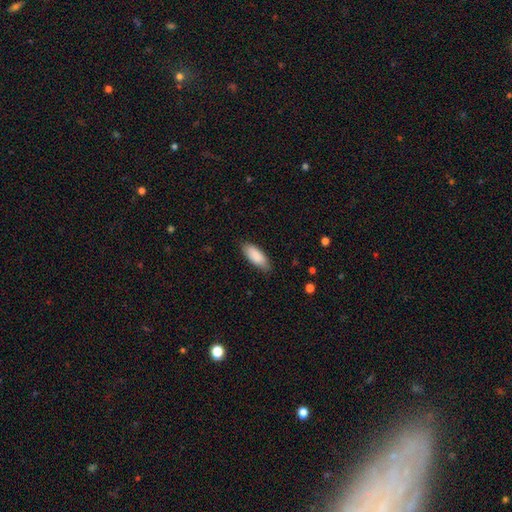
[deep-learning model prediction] This appears to be a smooth galaxy with no disk features (89%) that is in between round and cigar-shaped (79%). Merging: none (82%).